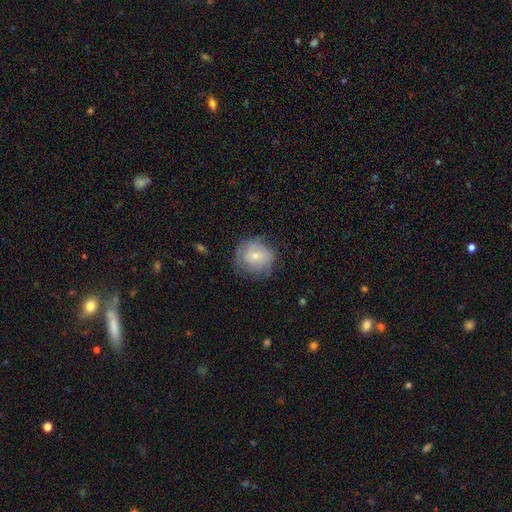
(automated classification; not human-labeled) Q: Smooth or featured?
A: featured or disk (51%); runner-up: smooth (42%)
Q: Edge-on disk?
A: no (97%); runner-up: yes (3%)
Q: Merging?
A: none (64%); runner-up: minor disturbance (24%)